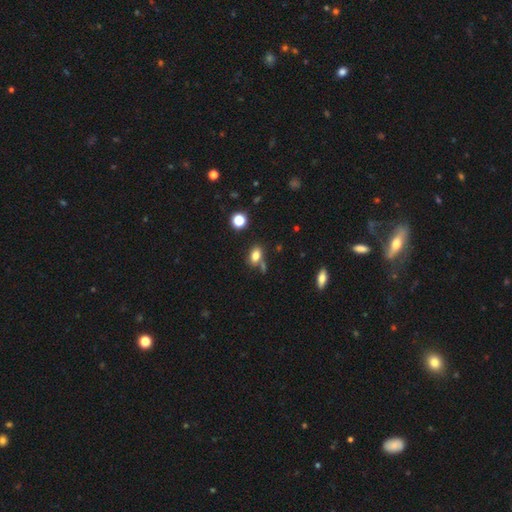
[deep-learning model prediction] A smooth galaxy with no disk features (79%) that is in between round and cigar-shaped (81%).

Vote fractions:
- Smooth or featured? smooth: 79% / star or artifact: 12% / featured or disk: 9%
- How rounded? in between: 81% / round: 16% / cigar-shaped: 3%
- Merging? none: 64% / merger: 16% / minor disturbance: 15% / major disturbance: 5%